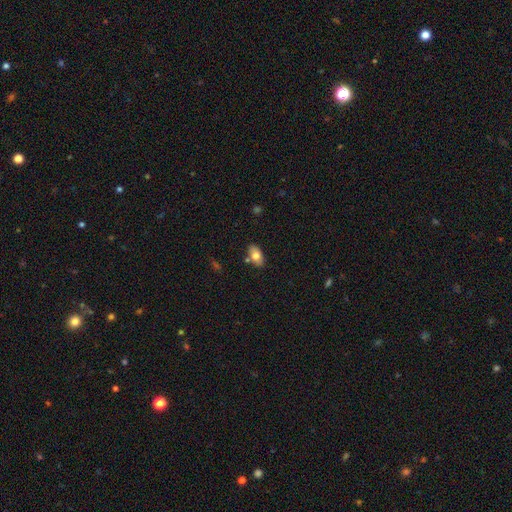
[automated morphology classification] type=smooth (75%); roundness=in between (92%); merging=none (78%).